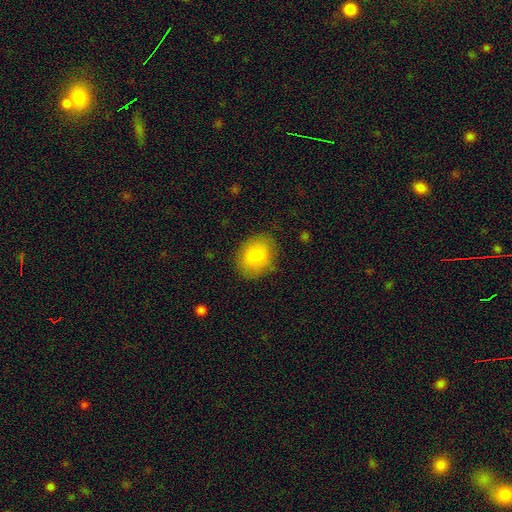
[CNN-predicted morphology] A smooth galaxy with no disk features (80%) that is in between round and cigar-shaped (56%).

Vote fractions:
- Smooth or featured? smooth: 80% / featured or disk: 12% / star or artifact: 8%
- How rounded? in between: 56% / round: 43% / cigar-shaped: 1%
- Merging? none: 80% / minor disturbance: 14% / major disturbance: 4% / merger: 1%